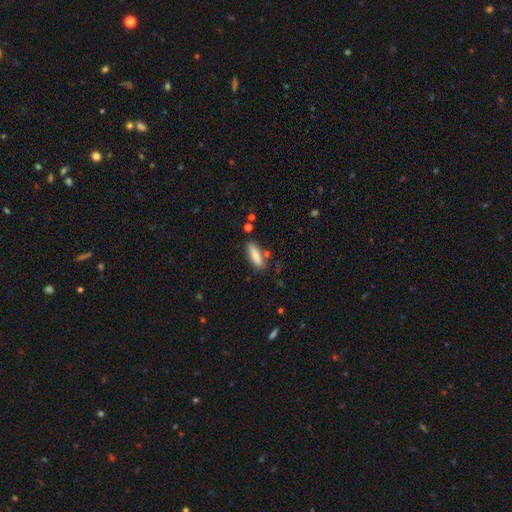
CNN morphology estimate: Q: Smooth or featured?
A: smooth (80%); runner-up: featured or disk (13%)
Q: How rounded?
A: cigar-shaped (50%); runner-up: in between (48%)
Q: Merging?
A: none (77%); runner-up: minor disturbance (14%)